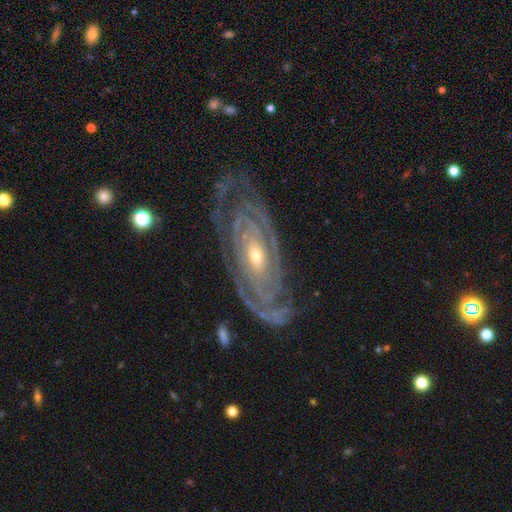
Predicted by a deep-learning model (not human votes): This is clearly a featured or disk galaxy (90%). It is clearly not viewed edge-on (94%). Bar: likely no (68%). Spiral arm pattern: clearly yes (97%). Spiral arm count: marginally 2 (43%). Spiral winding: likely tight (78%). Central bulge: possibly small (59%). Merging: likely none (72%).